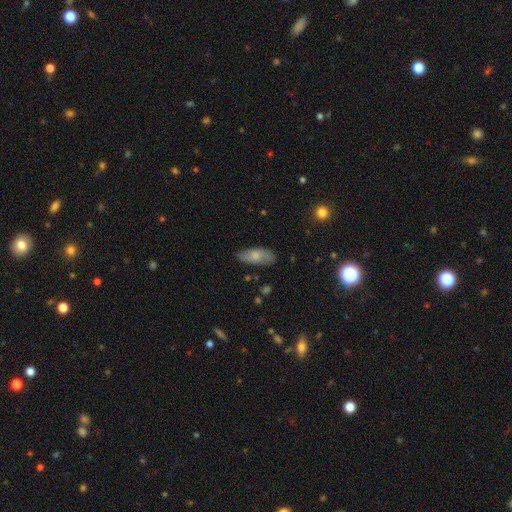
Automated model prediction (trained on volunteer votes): This appears to be a smooth galaxy with no disk features (73%) that is in between round and cigar-shaped (82%). Merging: none (74%).